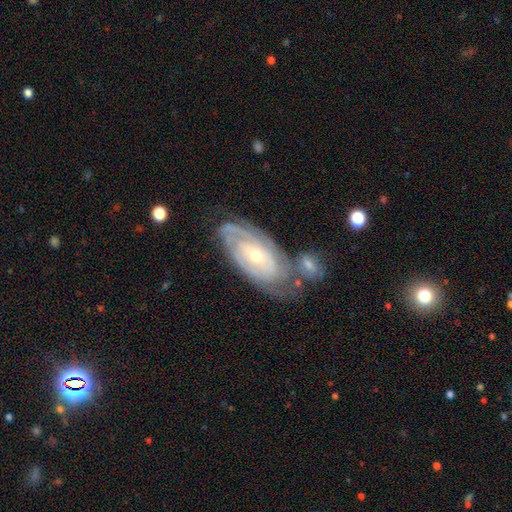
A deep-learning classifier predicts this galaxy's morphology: Smooth or featured?
  - featured or disk: 83% *
  - smooth: 12%
  - star or artifact: 6%
Edge-on disk?
  - no: 93% *
  - yes: 7%
Bar?
  - no: 61% *
  - weak: 29%
  - strong: 10%
Spiral arms?
  - yes: 94% *
  - no: 6%
Spiral winding?
  - tight: 75% *
  - medium: 20%
  - loose: 5%
Spiral arm count?
  - can't tell: 41% *
  - 2: 27%
  - 3: 16%
  - 4: 8%
  - 1: 4%
  - more than 4: 4%
Bulge size?
  - small: 57% *
  - moderate: 40%
  - large: 1%
  - none: 1%
  - dominant: 1%
Merging?
  - none: 57% *
  - minor disturbance: 20%
  - merger: 15%
  - major disturbance: 8%